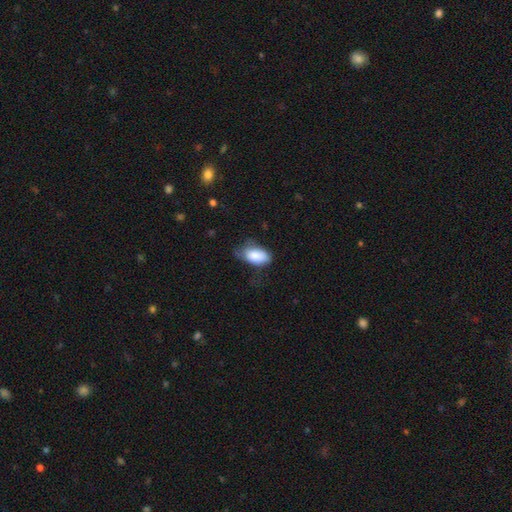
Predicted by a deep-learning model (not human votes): Smooth or featured? smooth (83%)
How rounded? in between (93%)
Merging? none (49%)